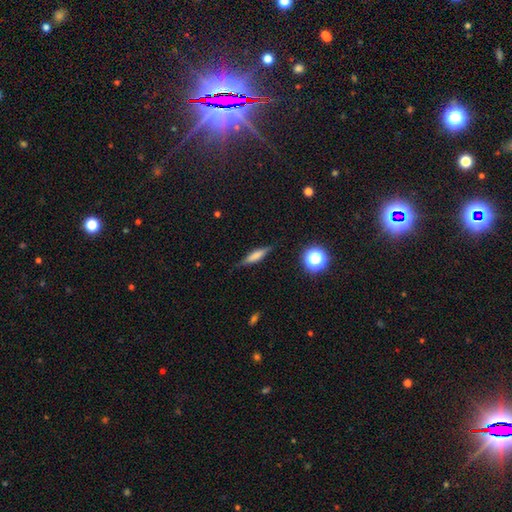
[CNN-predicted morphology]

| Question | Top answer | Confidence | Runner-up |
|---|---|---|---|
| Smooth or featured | smooth | 55% | featured or disk (35%) |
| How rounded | cigar-shaped | 78% | in between (18%) |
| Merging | none | 84% | minor disturbance (12%) |